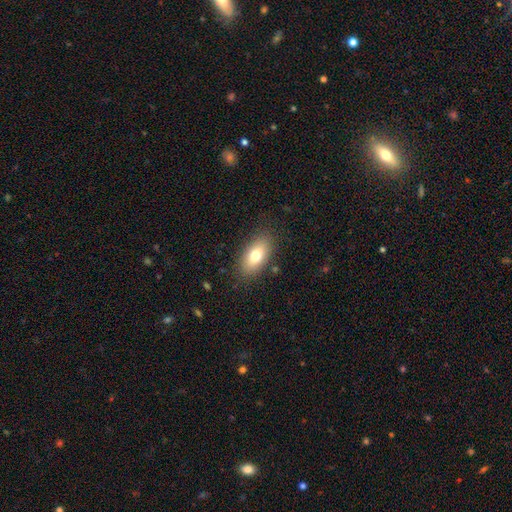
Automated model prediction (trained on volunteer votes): The model was most divided on "smooth or featured": smooth: 75%, featured or disk: 17%, star or artifact: 8%. More confident: how rounded — in between (89%); merging — none (85%).